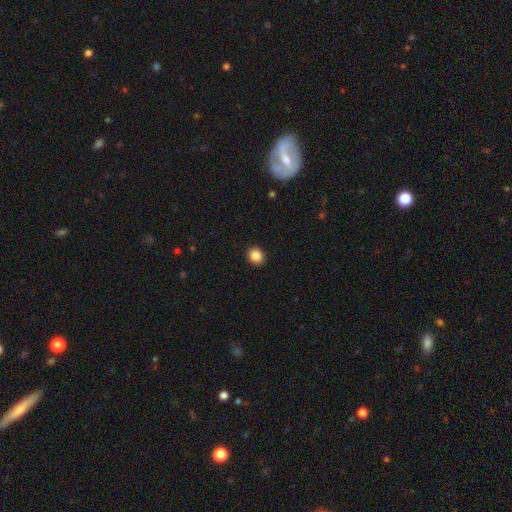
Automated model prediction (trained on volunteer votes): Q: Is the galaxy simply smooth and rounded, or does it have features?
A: smooth — 86%.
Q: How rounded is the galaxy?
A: round — 75%.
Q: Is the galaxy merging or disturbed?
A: none — 92%.